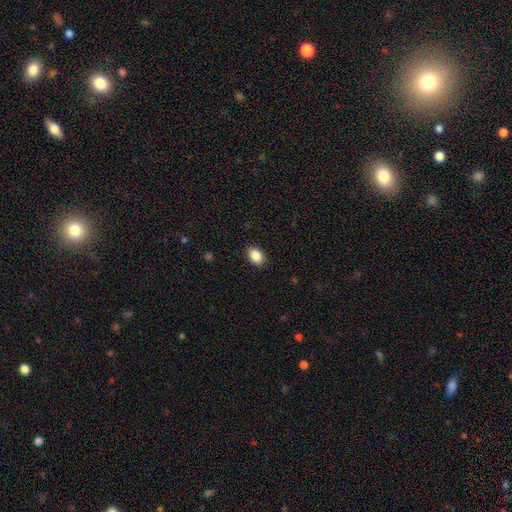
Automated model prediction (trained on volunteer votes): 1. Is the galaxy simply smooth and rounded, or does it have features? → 88% smooth, 8% star or artifact, 4% featured or disk.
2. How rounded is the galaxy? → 81% in between, 18% round, 1% cigar-shaped.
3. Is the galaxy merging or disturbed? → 89% none, 8% minor disturbance, 2% major disturbance, 1% merger.